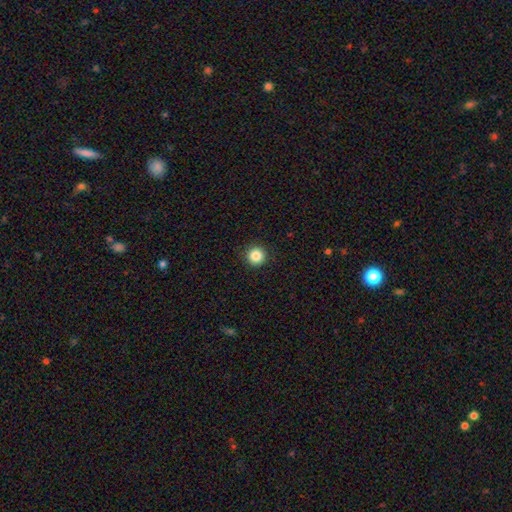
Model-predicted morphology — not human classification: type=smooth (86%); roundness=round (96%); merging=none (93%).